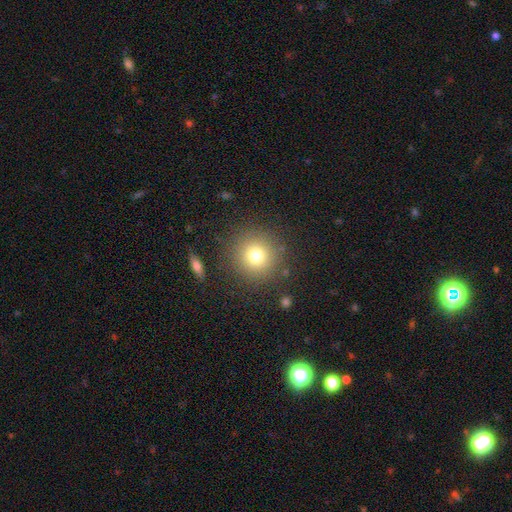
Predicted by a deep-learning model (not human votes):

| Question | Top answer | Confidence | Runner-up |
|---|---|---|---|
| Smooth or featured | smooth | 75% | star or artifact (14%) |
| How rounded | round | 94% | in between (5%) |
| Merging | none | 87% | minor disturbance (7%) |